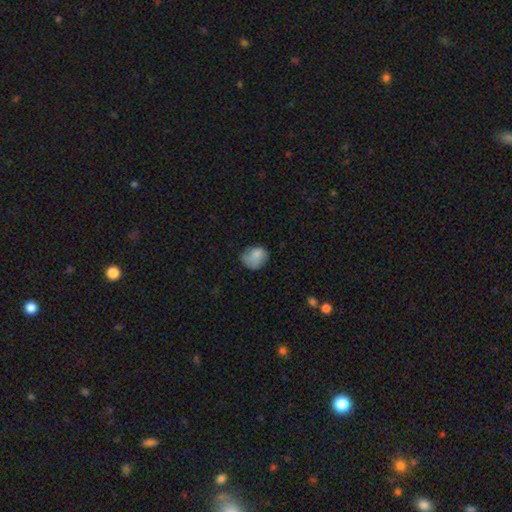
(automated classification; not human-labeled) A smooth galaxy with no disk features (77%) that is round (52%). Merging: none (48%).